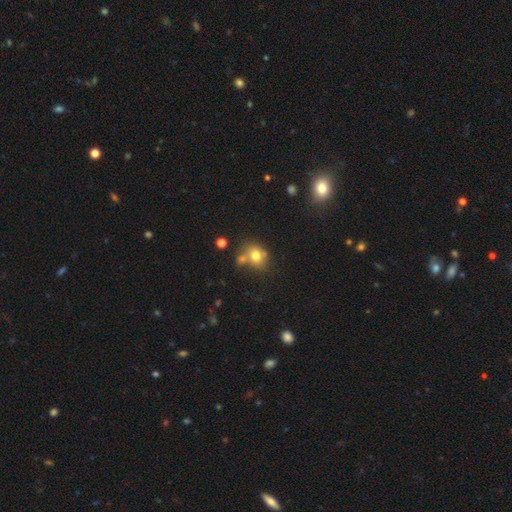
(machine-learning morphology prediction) Q: Smooth or featured?
A: smooth (73%); runner-up: featured or disk (14%)
Q: How rounded?
A: round (61%); runner-up: in between (38%)
Q: Merging?
A: none (52%); runner-up: merger (27%)